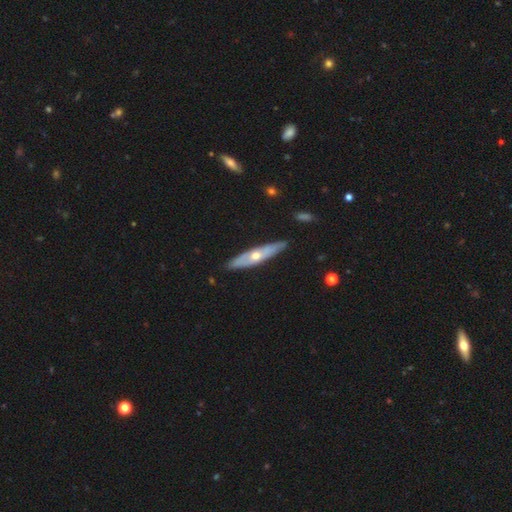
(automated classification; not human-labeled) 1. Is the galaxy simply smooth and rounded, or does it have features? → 60% featured or disk, 35% smooth, 5% star or artifact.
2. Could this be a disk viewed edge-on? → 74% yes, 26% no.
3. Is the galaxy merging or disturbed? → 86% none, 11% minor disturbance, 2% major disturbance, 1% merger.